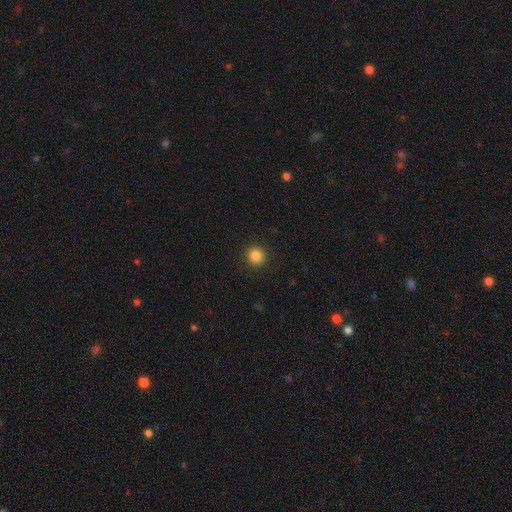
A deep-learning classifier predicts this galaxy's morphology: This appears to be a smooth galaxy with no disk features (85%) that is round (92%). Merging: none (92%).